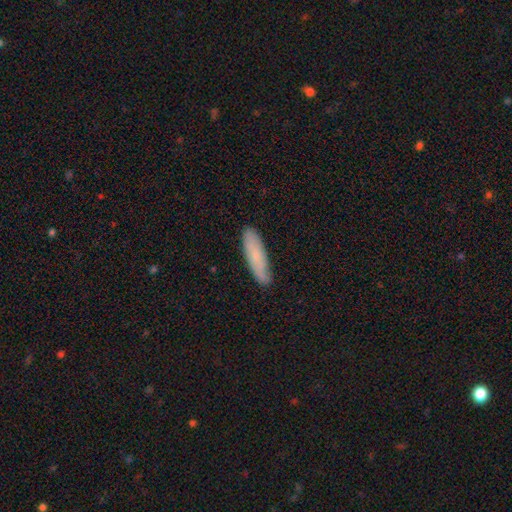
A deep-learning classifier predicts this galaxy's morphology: This is likely a smooth galaxy (69%). How rounded: likely cigar-shaped (68%). Merging: clearly none (83%).